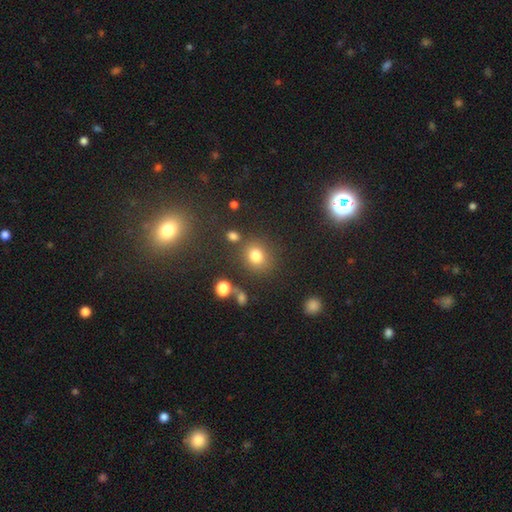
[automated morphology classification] A smooth galaxy with no disk features (77%) that is round (78%).

Vote fractions:
- Smooth or featured? smooth: 77% / star or artifact: 16% / featured or disk: 7%
- How rounded? round: 78% / in between: 21% / cigar-shaped: 1%
- Merging? none: 76% / minor disturbance: 11% / merger: 8% / major disturbance: 5%